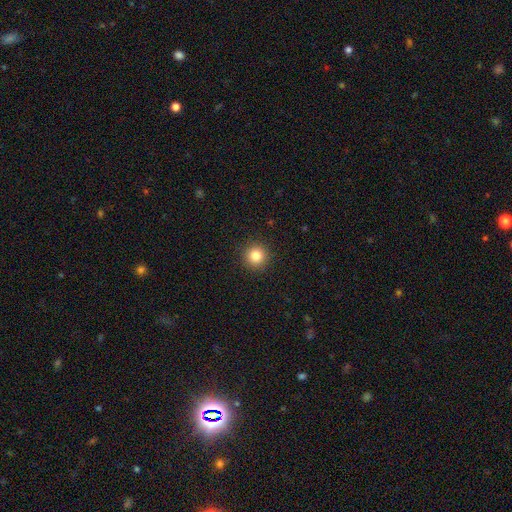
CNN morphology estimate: This appears to be a smooth galaxy with no disk features (83%) that is round (95%). Merging: none (92%).